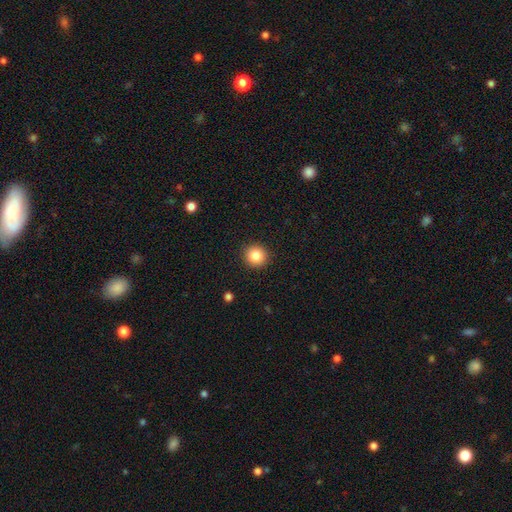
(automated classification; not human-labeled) Smooth or featured?
  - smooth: 84% *
  - star or artifact: 10%
  - featured or disk: 6%
How rounded?
  - round: 94% *
  - in between: 5%
  - cigar-shaped: 1%
Merging?
  - none: 92% *
  - minor disturbance: 5%
  - major disturbance: 2%
  - merger: 1%